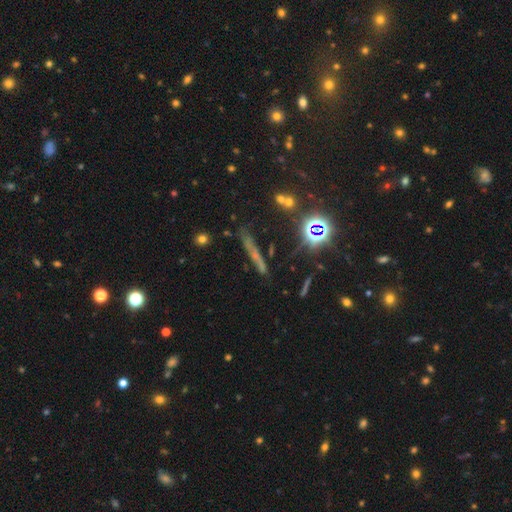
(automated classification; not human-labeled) star or artifact 36%, smooth 35%, featured or disk 29%.